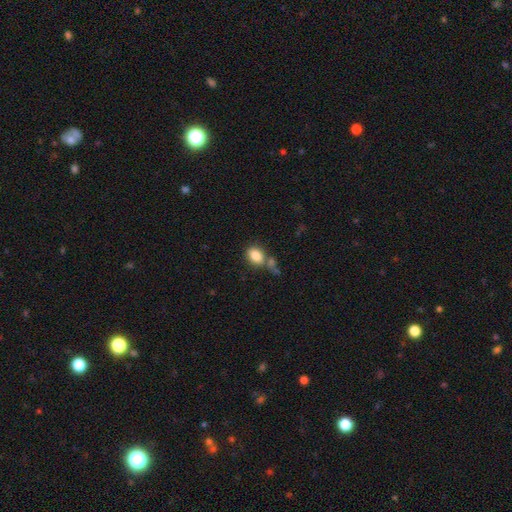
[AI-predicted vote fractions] A smooth galaxy with no disk features (85%) that is in between round and cigar-shaped (76%).

Vote fractions:
- Smooth or featured? smooth: 85% / star or artifact: 9% / featured or disk: 6%
- How rounded? in between: 76% / round: 22% / cigar-shaped: 2%
- Merging? none: 51% / merger: 26% / minor disturbance: 15% / major disturbance: 7%